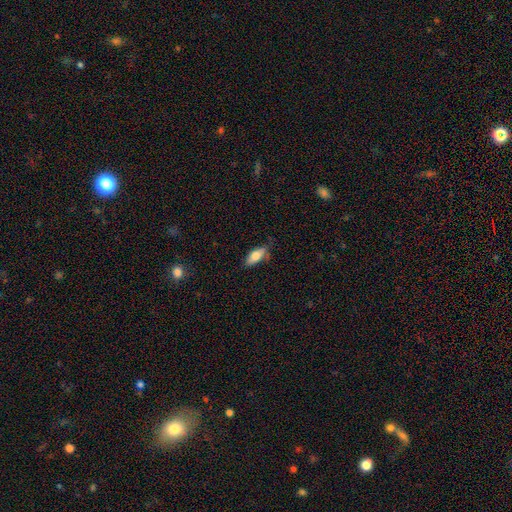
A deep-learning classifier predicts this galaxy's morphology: smooth 78%, featured or disk 15%, star or artifact 7%. Down the decision tree: how rounded — in between (79%); merging — none (69%).